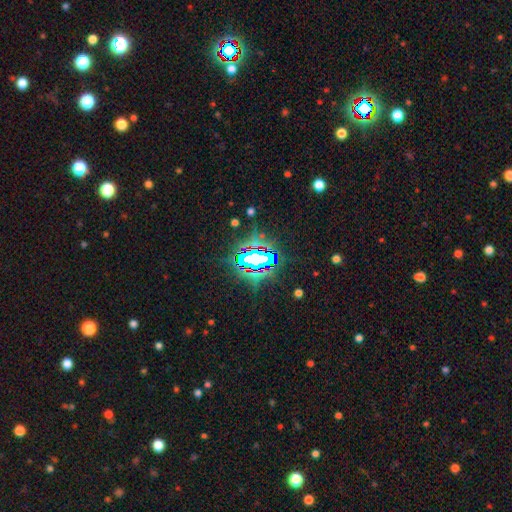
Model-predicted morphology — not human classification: smooth-or-featured: star or artifact: 72% | smooth: 14% | featured or disk: 13%